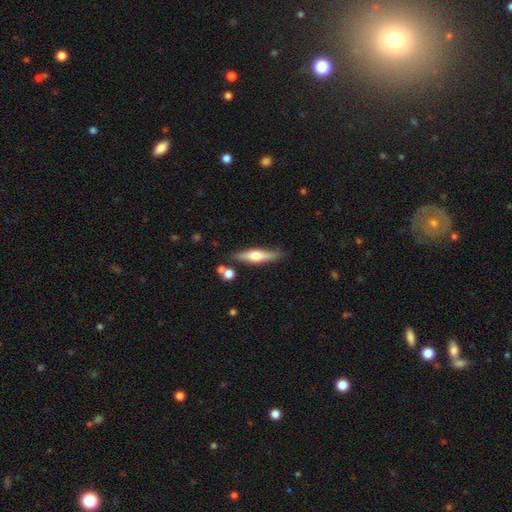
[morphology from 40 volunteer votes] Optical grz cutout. It shows a featured or disk galaxy (57%) viewed edge-on (100%) with a rounded central bulge (100%). Merging: none (85%).